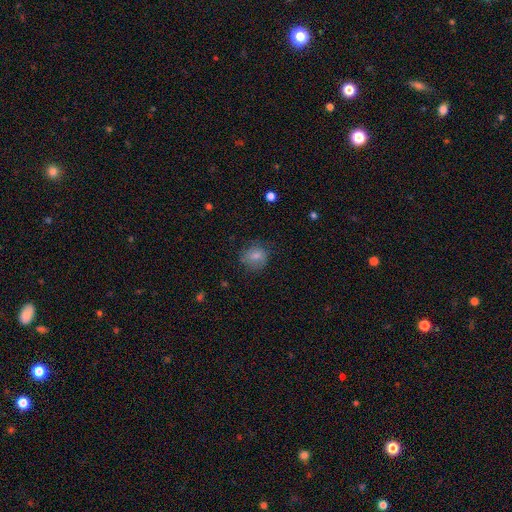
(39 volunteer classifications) Overall: smooth (85%). How rounded: round (85%). Merging: none (78%).